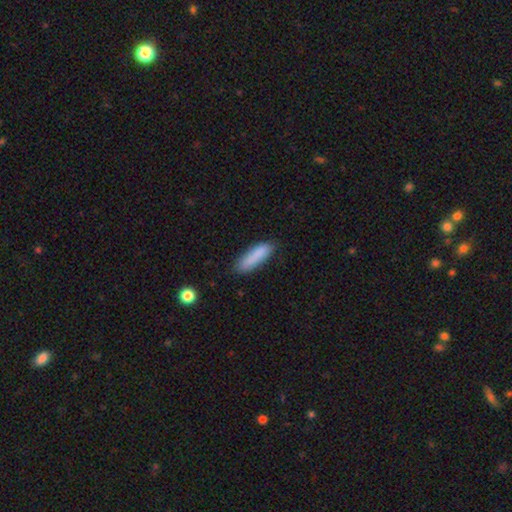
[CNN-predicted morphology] smooth_or_featured: smooth (p=0.86) [alt: featured or disk p=0.08]
how_rounded: cigar-shaped (p=0.62) [alt: in between p=0.36]
merging: none (p=0.76) [alt: minor disturbance p=0.18]